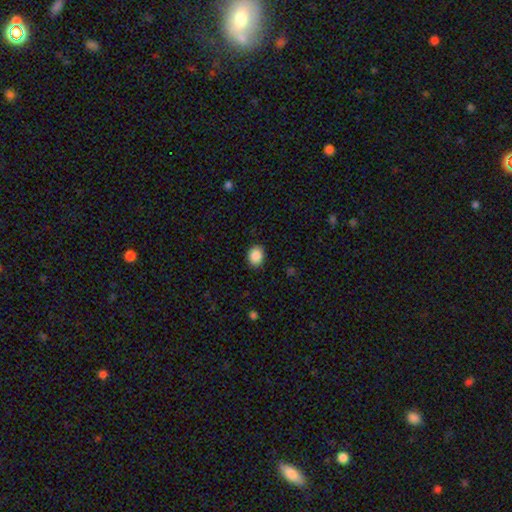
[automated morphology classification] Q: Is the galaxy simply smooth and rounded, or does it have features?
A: smooth — 88%.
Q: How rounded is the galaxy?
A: in between — 52%.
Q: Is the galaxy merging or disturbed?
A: none — 88%.